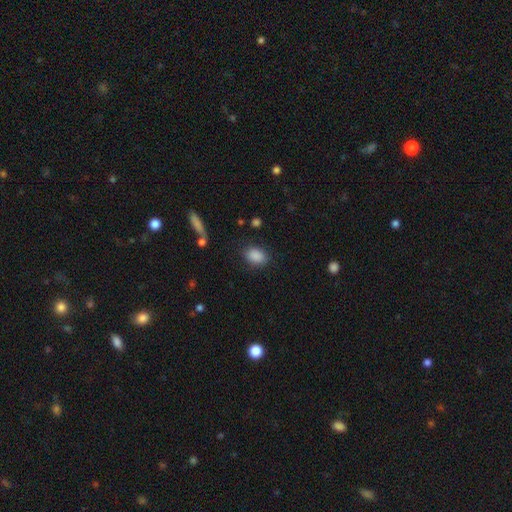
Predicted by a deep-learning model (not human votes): Q: Smooth or featured?
A: smooth (88%); runner-up: star or artifact (8%)
Q: How rounded?
A: in between (78%); runner-up: round (21%)
Q: Merging?
A: none (82%); runner-up: minor disturbance (12%)